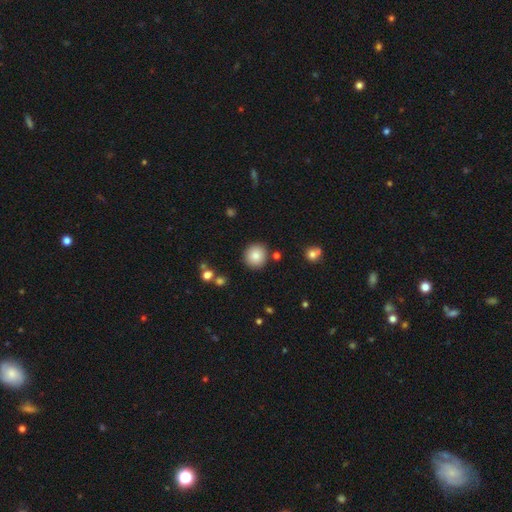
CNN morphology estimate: smooth 83%, star or artifact 9%, featured or disk 8%. Down the decision tree: how rounded — round (94%); merging — none (88%).